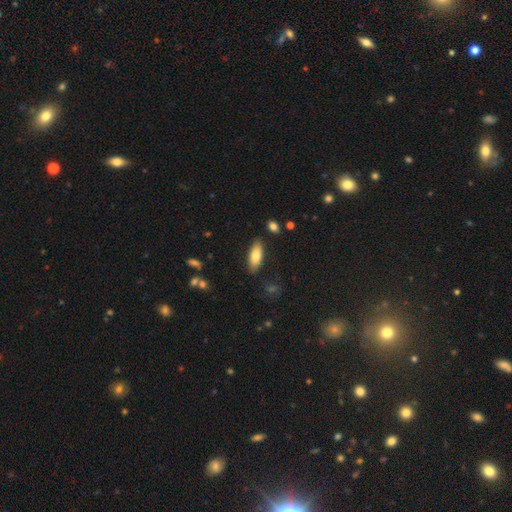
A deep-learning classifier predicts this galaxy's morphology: Overall: smooth (77%). How rounded: in between (78%). Merging: none (84%).